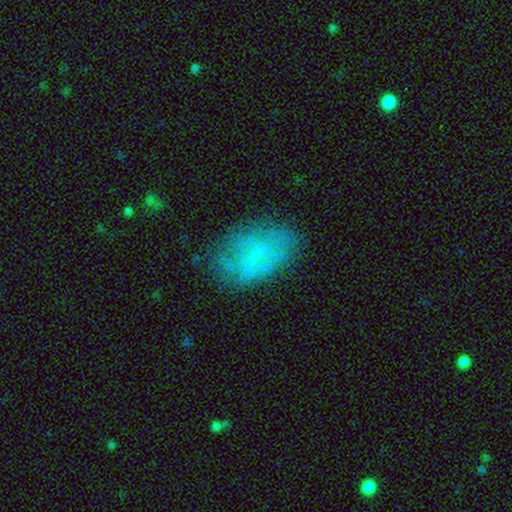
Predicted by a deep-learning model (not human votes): This appears to be a smooth galaxy with no disk features (54%) that is in between round and cigar-shaped (89%). Merging: none (63%).